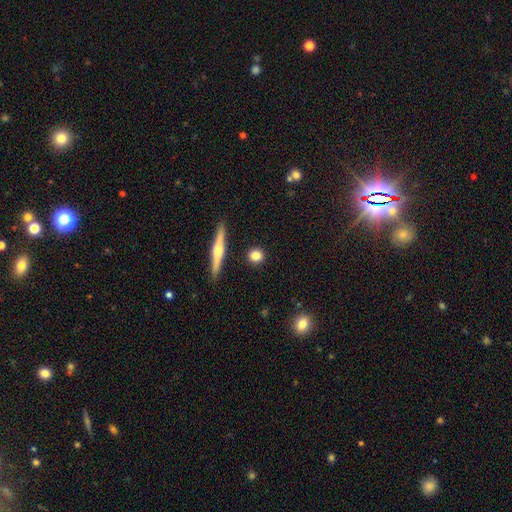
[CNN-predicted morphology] A smooth galaxy with no disk features (78%) that is round (86%).

Vote fractions:
- Smooth or featured? smooth: 78% / featured or disk: 13% / star or artifact: 8%
- How rounded? round: 86% / in between: 9% / cigar-shaped: 5%
- Merging? none: 90% / minor disturbance: 6% / merger: 2% / major disturbance: 2%